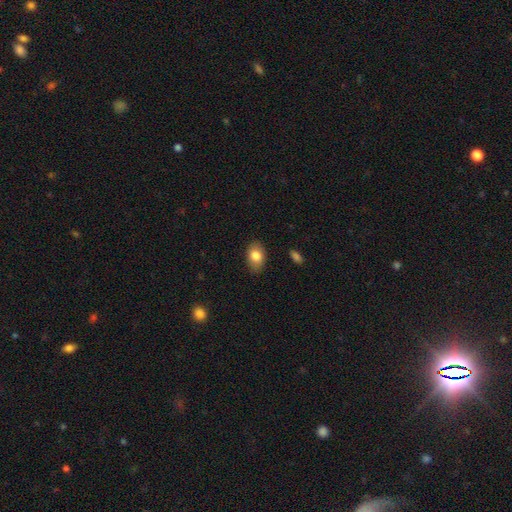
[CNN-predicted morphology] Smooth or featured? Predicted: smooth (p=0.82). How rounded? Predicted: in between (p=0.85). Merging? Predicted: none (p=0.83).